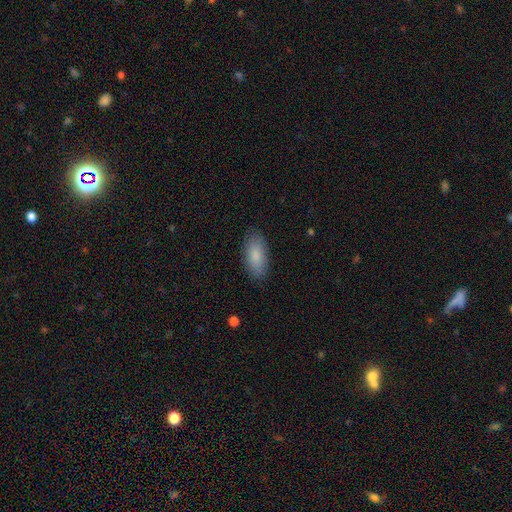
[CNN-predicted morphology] Smooth or featured? smooth (86%)
How rounded? in between (88%)
Merging? none (85%)